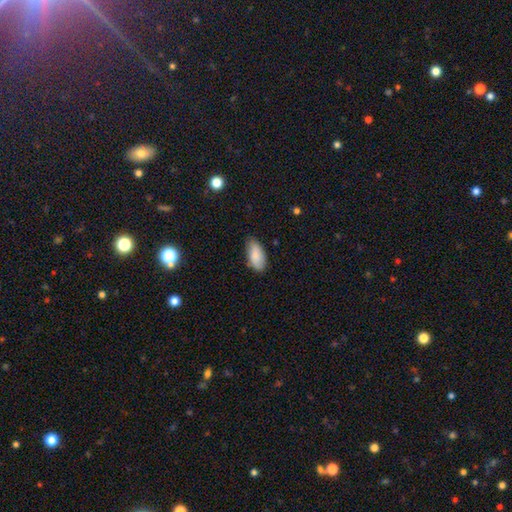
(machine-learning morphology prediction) Smooth or featured? Predicted: smooth (p=0.86). How rounded? Predicted: in between (p=0.92). Merging? Predicted: none (p=0.77).